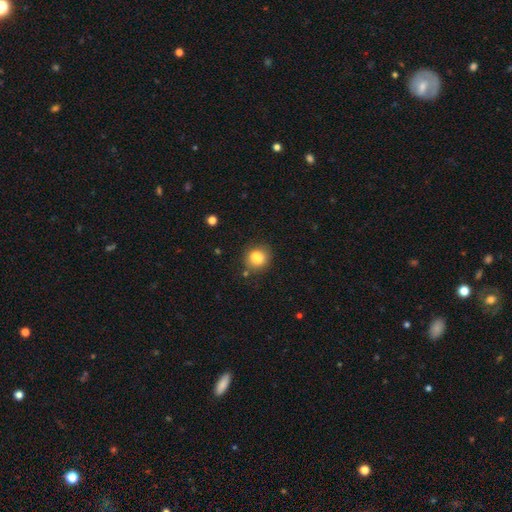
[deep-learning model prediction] Smooth or featured?
  - smooth: 80% *
  - star or artifact: 10%
  - featured or disk: 10%
How rounded?
  - round: 74% *
  - in between: 25%
  - cigar-shaped: 1%
Merging?
  - none: 70% *
  - minor disturbance: 15%
  - merger: 10%
  - major disturbance: 4%